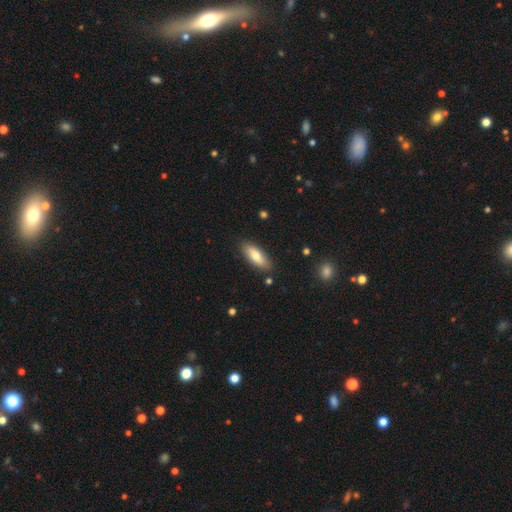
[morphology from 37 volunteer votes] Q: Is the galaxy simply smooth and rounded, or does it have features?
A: smooth — 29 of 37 (78%).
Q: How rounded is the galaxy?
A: in between — 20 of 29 (69%).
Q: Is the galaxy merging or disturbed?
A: none — 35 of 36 (97%).